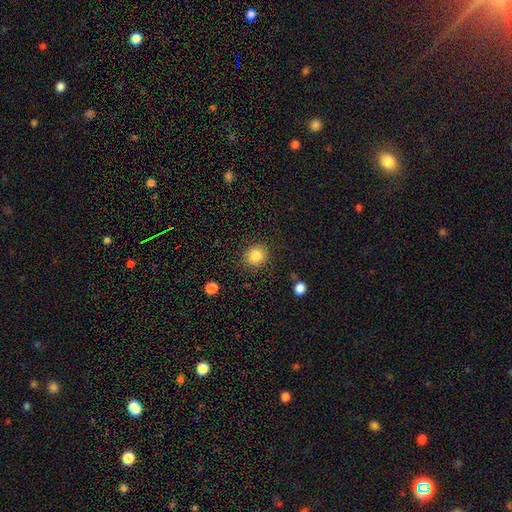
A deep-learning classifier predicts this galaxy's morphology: The model was most divided on "how rounded": round: 84%, in between: 15%, cigar-shaped: 1%. More confident: merging — none (88%); smooth or featured — smooth (84%).